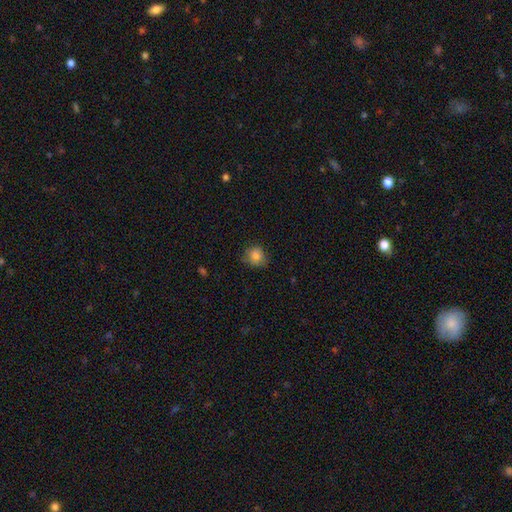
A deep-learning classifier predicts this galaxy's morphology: The model was most divided on "merging": none: 71%, minor disturbance: 23%, major disturbance: 5%, merger: 1%. More confident: smooth or featured — smooth (84%); how rounded — round (78%).